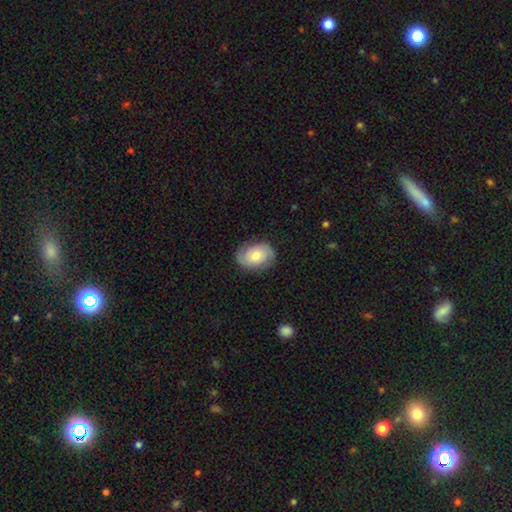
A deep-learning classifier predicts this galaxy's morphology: Overall: featured or disk (59%; smooth 34%). Edge-on disk: no (96%). Bar: no (74%). Spiral arms: yes (86%). Bulge size: moderate (58%; small 32%). Merging: none (80%).